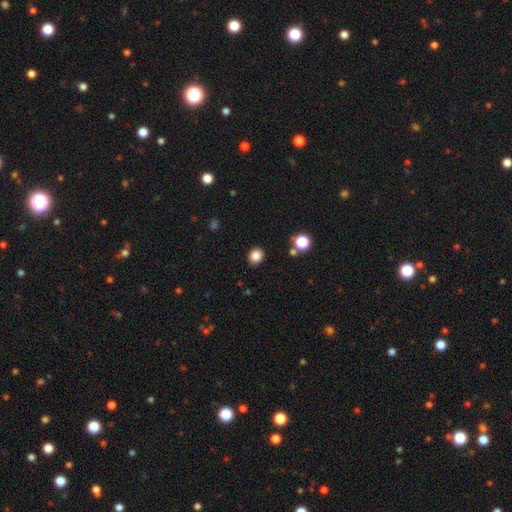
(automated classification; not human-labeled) Smooth or featured: smooth — 85% (star or artifact — 11%)
How rounded: round — 74% (in between — 26%)
Merging: none — 89% (minor disturbance — 7%)